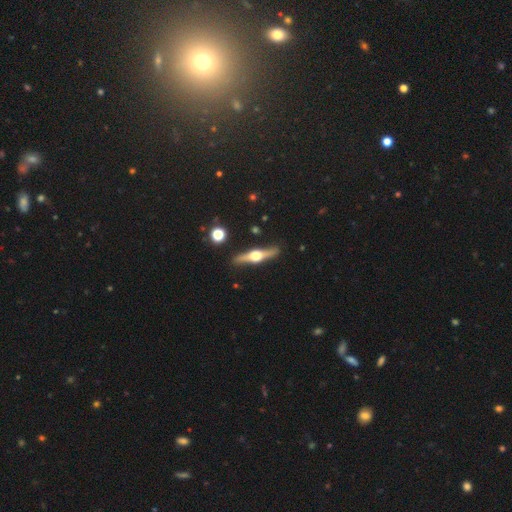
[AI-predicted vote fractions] Smooth or featured: featured or disk — 76% (smooth — 19%)
Edge-on disk: yes — 97% (no — 3%)
Edge-on bulge: rounded — 96% (boxy — 3%)
Merging: none — 89% (minor disturbance — 8%)